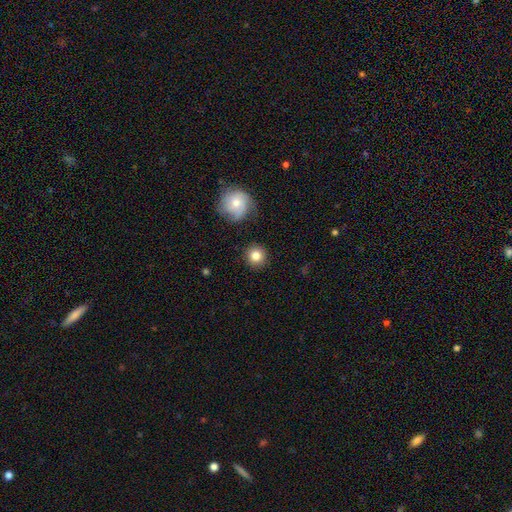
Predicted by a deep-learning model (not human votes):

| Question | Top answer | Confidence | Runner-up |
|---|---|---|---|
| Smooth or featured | smooth | 83% | star or artifact (9%) |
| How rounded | round | 93% | in between (6%) |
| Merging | none | 89% | minor disturbance (7%) |